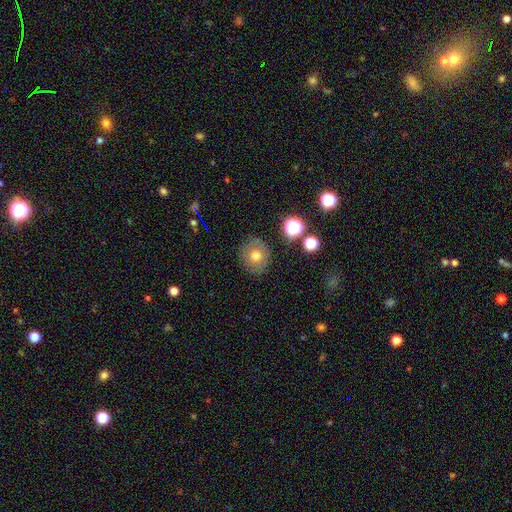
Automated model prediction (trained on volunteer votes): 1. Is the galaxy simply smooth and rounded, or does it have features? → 70% smooth, 18% featured or disk, 12% star or artifact.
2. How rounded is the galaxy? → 84% round, 15% in between, 1% cigar-shaped.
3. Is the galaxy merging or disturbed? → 84% none, 10% minor disturbance, 4% major disturbance, 2% merger.